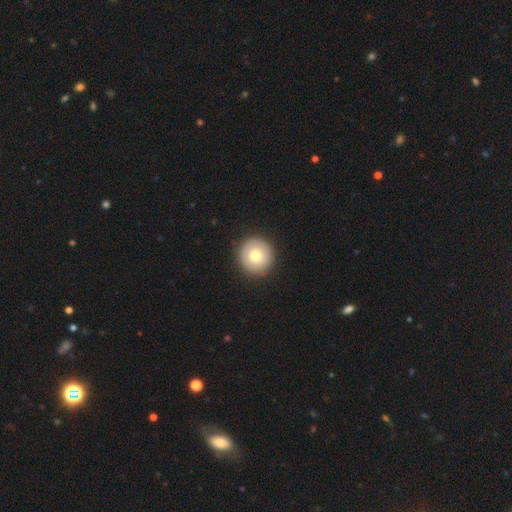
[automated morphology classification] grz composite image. It shows a smooth galaxy with no disk features (73%) that is round (96%). Merging: none (92%).